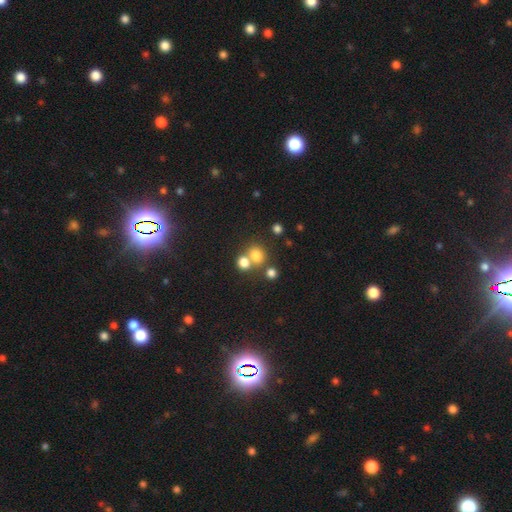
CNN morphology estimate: type=smooth (75%); roundness=round (75%); merging=none (52%).